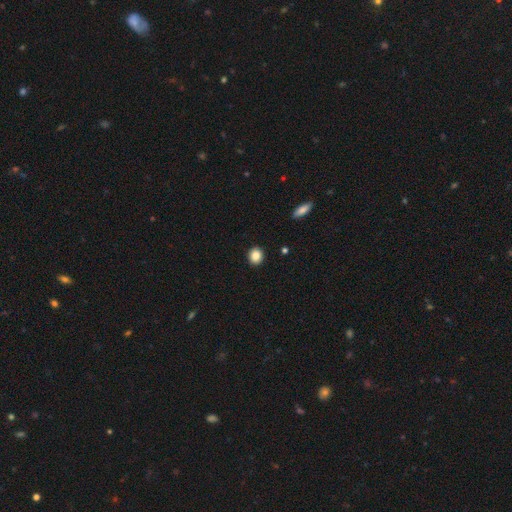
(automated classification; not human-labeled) smooth_or_featured: smooth (p=0.86) [alt: star or artifact p=0.09]
how_rounded: round (p=0.78) [alt: in between p=0.21]
merging: none (p=0.92) [alt: minor disturbance p=0.05]